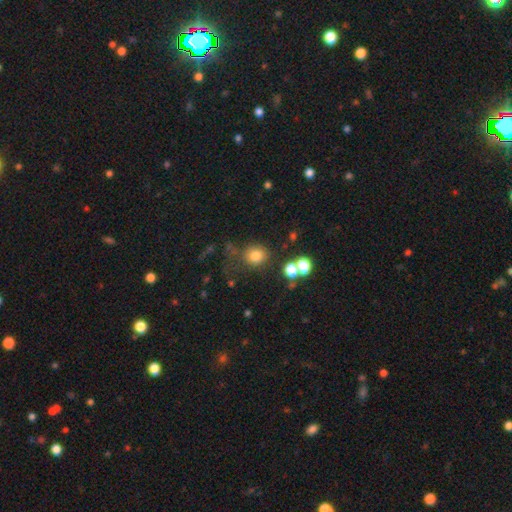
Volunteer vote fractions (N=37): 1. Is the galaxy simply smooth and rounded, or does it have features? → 89% smooth, 5% featured or disk, 5% star or artifact.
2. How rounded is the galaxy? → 79% round, 21% in between, 0% cigar-shaped.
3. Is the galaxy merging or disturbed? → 77% none, 11% major disturbance, 9% merger, 3% minor disturbance.